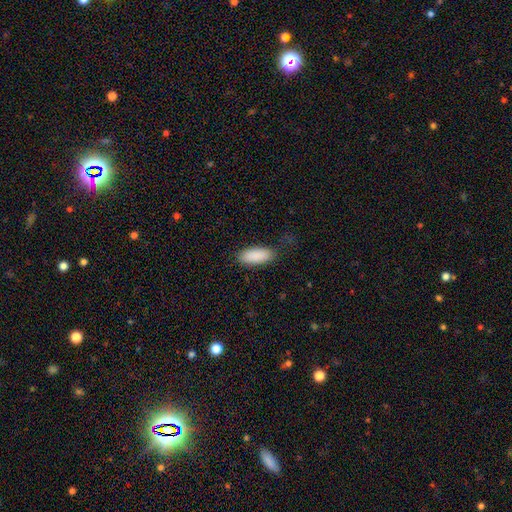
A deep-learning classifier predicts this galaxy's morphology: The model was most divided on "how rounded": in between: 82%, cigar-shaped: 16%, round: 2%. More confident: smooth or featured — smooth (90%); merging — none (81%).